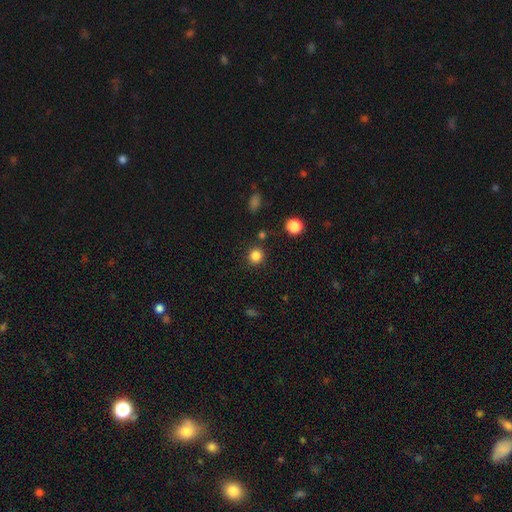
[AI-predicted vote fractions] The model was most divided on "smooth or featured": smooth: 84%, star or artifact: 12%, featured or disk: 4%. More confident: how rounded — round (90%); merging — none (87%).